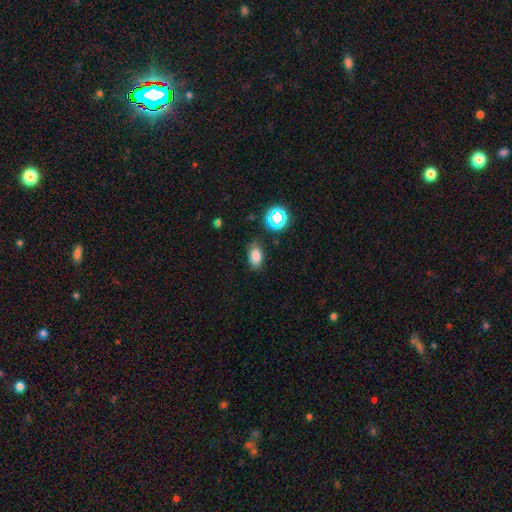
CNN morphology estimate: Smooth or featured? Predicted: smooth (p=0.79). How rounded? Predicted: in between (p=0.87). Merging? Predicted: none (p=0.80).